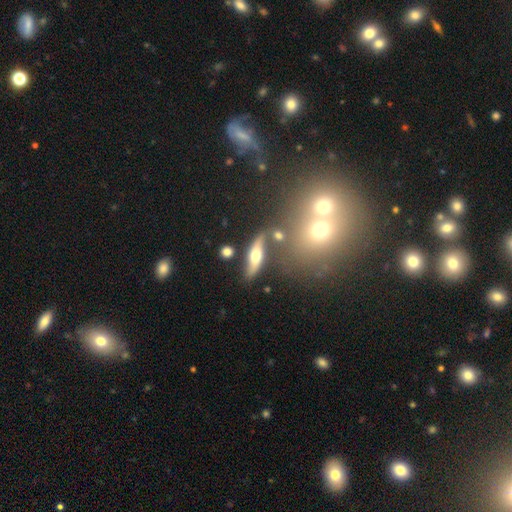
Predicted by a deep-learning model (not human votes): Smooth or featured? Predicted: featured or disk (p=0.50). Merging? Predicted: none (p=0.63).